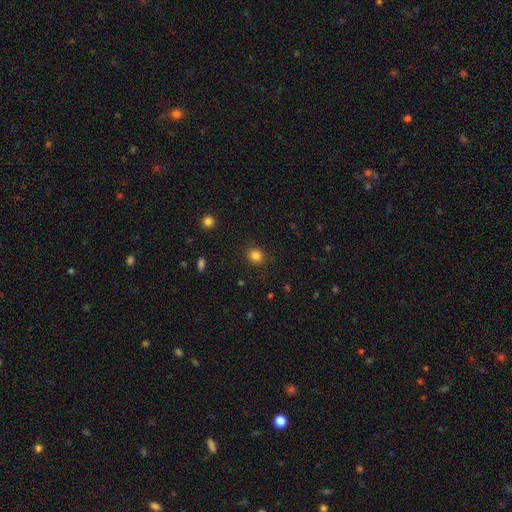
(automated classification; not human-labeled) Overall: smooth (83%). How rounded: round (84%). Merging: none (89%).